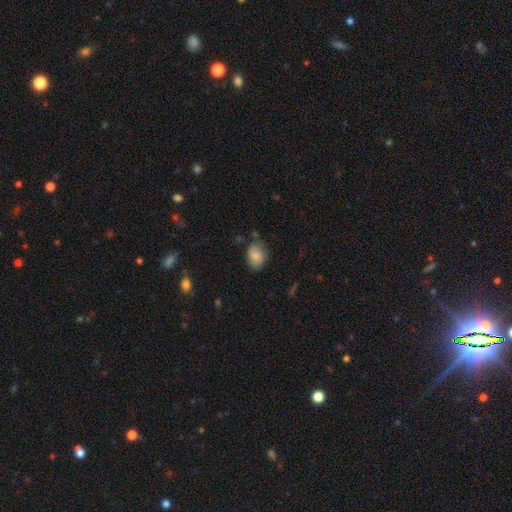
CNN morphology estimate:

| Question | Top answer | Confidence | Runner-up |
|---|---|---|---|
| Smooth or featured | smooth | 78% | featured or disk (13%) |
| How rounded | in between | 73% | round (25%) |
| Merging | none | 58% | minor disturbance (30%) |